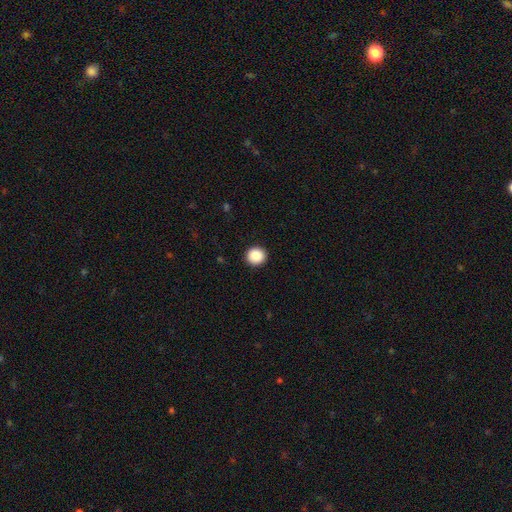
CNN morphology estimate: Smooth or featured: smooth — 88% (star or artifact — 9%)
How rounded: round — 92% (in between — 8%)
Merging: none — 93% (minor disturbance — 5%)